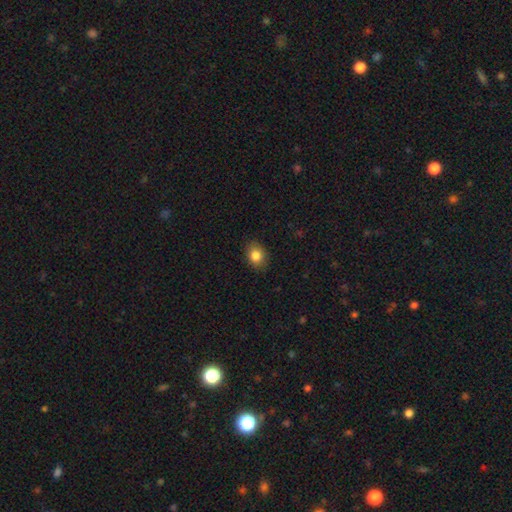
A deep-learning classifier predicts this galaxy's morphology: Smooth or featured? smooth (84%)
How rounded? in between (56%)
Merging? none (87%)